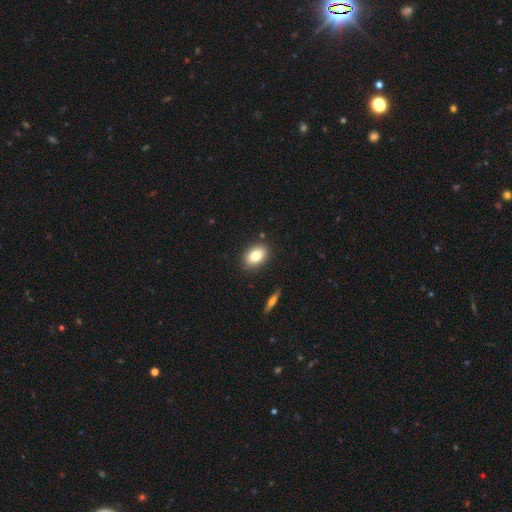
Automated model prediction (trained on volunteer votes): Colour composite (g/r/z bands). It shows a smooth galaxy with no disk features (80%) that is in between round and cigar-shaped (84%). Merging: none (86%).